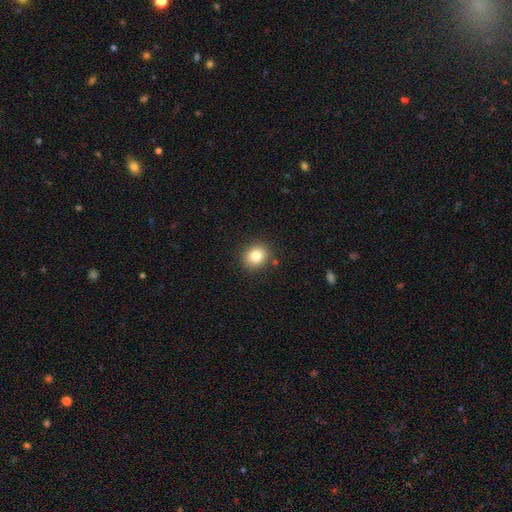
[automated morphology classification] Smooth or featured? Predicted: smooth (p=0.82). How rounded? Predicted: round (p=0.74). Merging? Predicted: none (p=0.87).